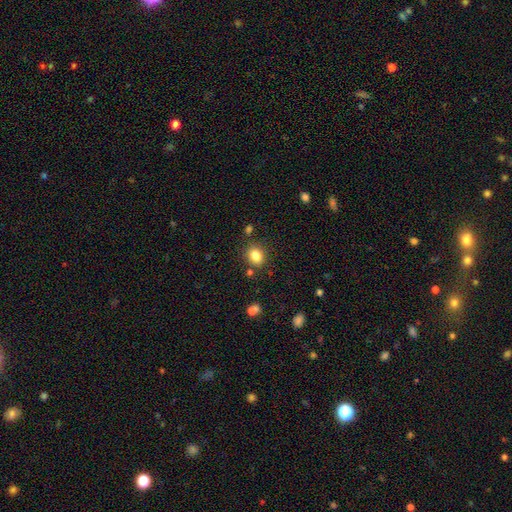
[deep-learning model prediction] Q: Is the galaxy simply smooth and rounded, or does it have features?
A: smooth — 84%.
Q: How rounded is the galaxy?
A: round — 50%.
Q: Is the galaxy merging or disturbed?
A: none — 81%.